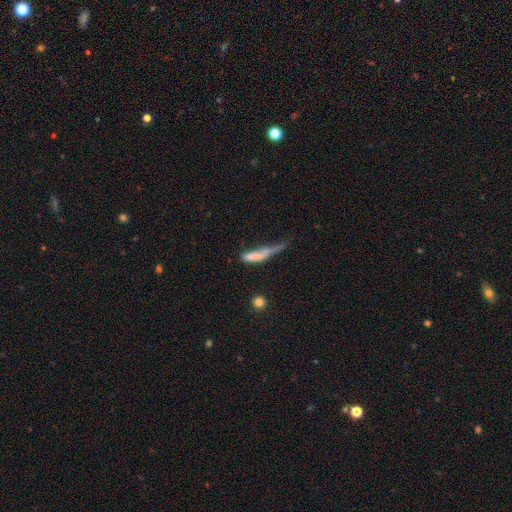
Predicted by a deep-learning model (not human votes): Q: Smooth or featured?
A: smooth (65%); runner-up: featured or disk (27%)
Q: How rounded?
A: cigar-shaped (74%); runner-up: in between (22%)
Q: Merging?
A: major disturbance (38%); runner-up: minor disturbance (31%)